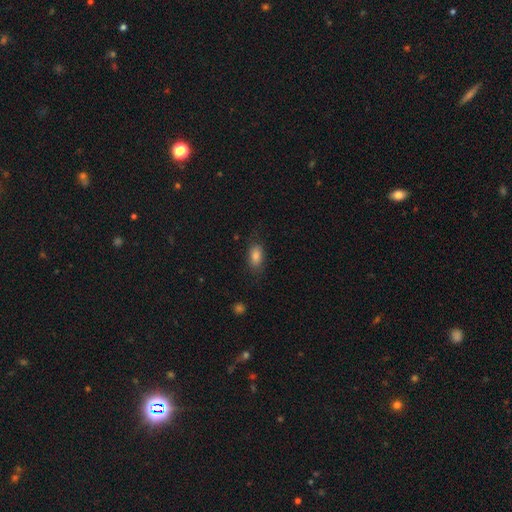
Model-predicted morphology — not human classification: This appears to be a smooth galaxy with no disk features (80%) that is in between round and cigar-shaped (84%). Merging: none (77%).